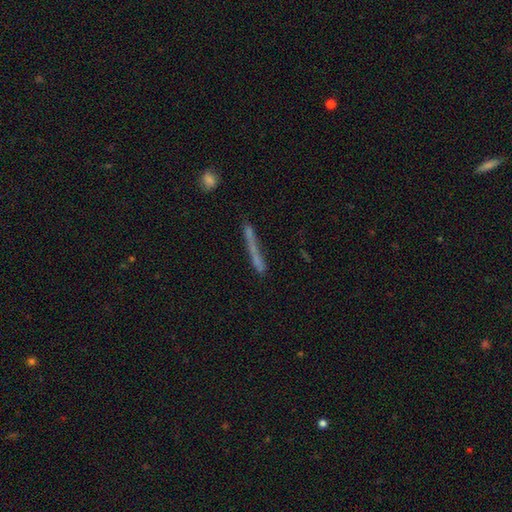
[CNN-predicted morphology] smooth 54%, featured or disk 33%, star or artifact 12%. Down the decision tree: how rounded — cigar-shaped (93%); merging — none (64%).